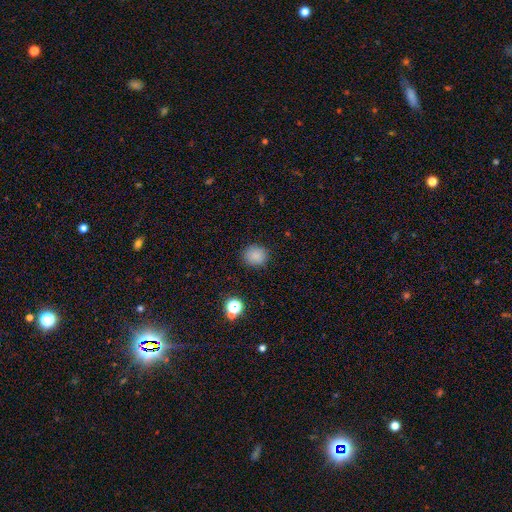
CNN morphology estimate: This is clearly a smooth galaxy (83%). How rounded: likely round (79%). Merging: clearly none (88%).